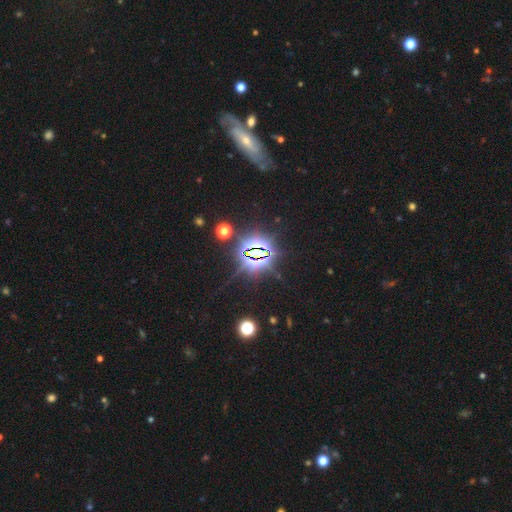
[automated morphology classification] Smooth or featured?
  - star or artifact: 82% *
  - smooth: 9%
  - featured or disk: 9%